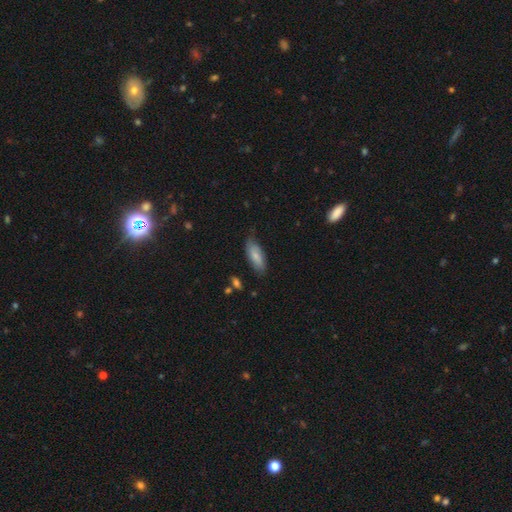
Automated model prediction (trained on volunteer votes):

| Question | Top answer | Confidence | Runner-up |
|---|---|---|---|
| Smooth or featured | smooth | 74% | featured or disk (20%) |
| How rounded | in between | 78% | cigar-shaped (20%) |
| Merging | none | 67% | minor disturbance (26%) |